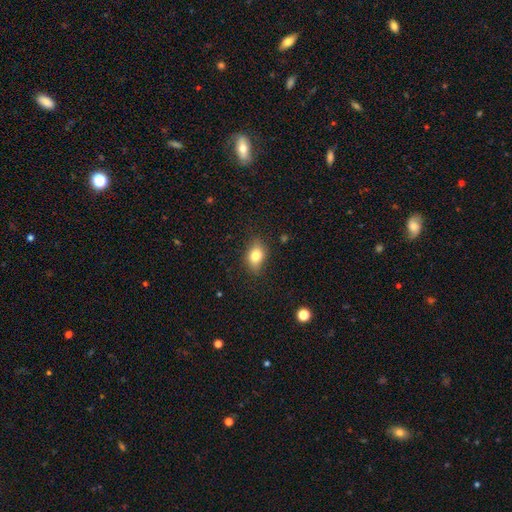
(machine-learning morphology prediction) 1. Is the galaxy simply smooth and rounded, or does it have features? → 76% smooth, 15% featured or disk, 9% star or artifact.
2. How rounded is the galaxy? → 76% in between, 21% round, 3% cigar-shaped.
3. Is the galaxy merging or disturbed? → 80% none, 15% minor disturbance, 4% major disturbance, 1% merger.